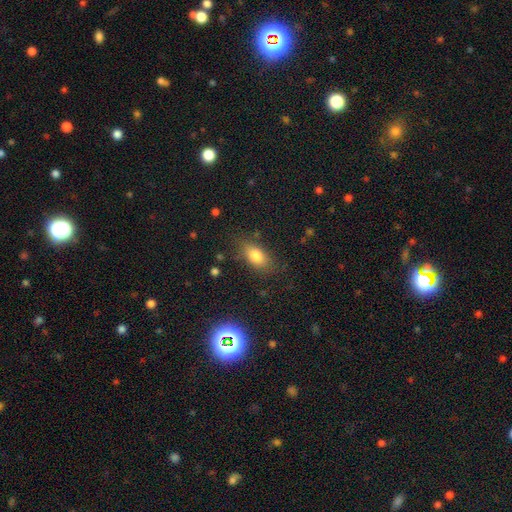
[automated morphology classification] Q: Smooth or featured?
A: smooth (79%); runner-up: featured or disk (11%)
Q: How rounded?
A: in between (85%); runner-up: round (8%)
Q: Merging?
A: none (80%); runner-up: minor disturbance (13%)